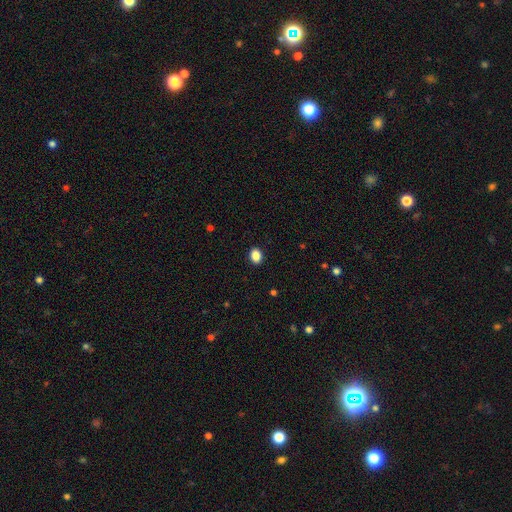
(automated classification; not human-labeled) Q: Smooth or featured?
A: smooth (88%); runner-up: star or artifact (9%)
Q: How rounded?
A: in between (70%); runner-up: round (29%)
Q: Merging?
A: none (90%); runner-up: minor disturbance (7%)